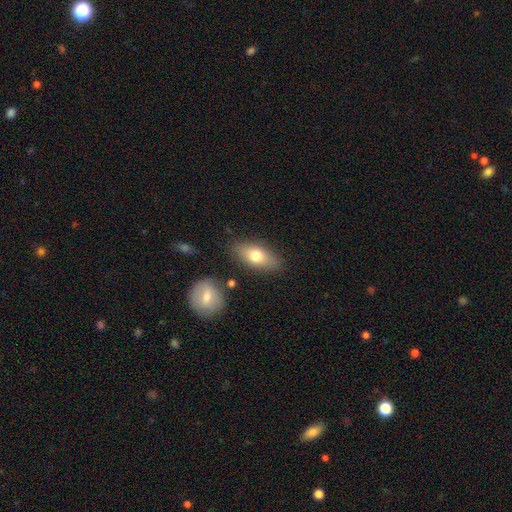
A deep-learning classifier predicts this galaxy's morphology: Smooth or featured? smooth (72%)
How rounded? in between (82%)
Merging? none (81%)